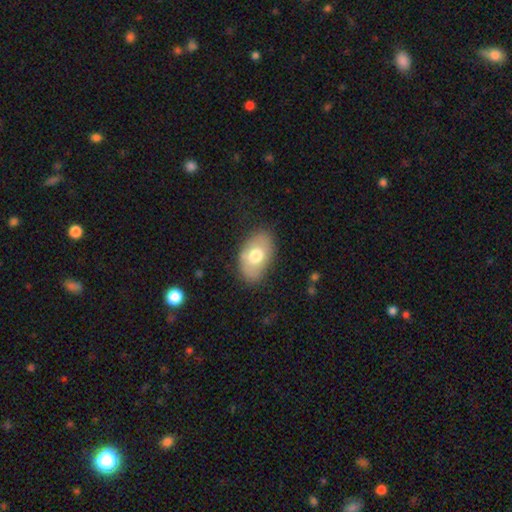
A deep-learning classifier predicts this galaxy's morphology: This appears to be a smooth galaxy with no disk features (69%) that is in between round and cigar-shaped (91%). Merging: none (79%).